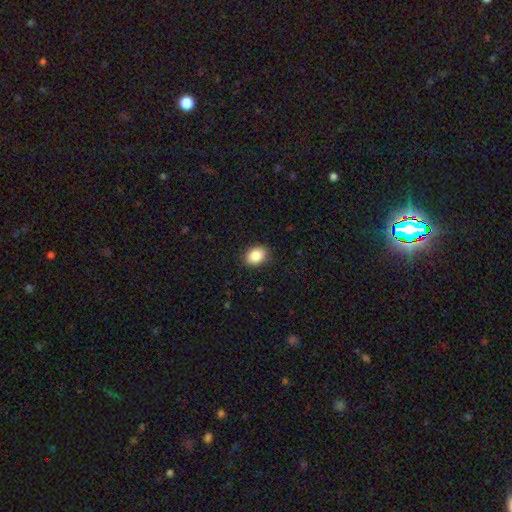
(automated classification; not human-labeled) smooth_or_featured: smooth (p=0.87) [alt: star or artifact p=0.08]
how_rounded: in between (p=0.69) [alt: round p=0.30]
merging: none (p=0.88) [alt: minor disturbance p=0.09]